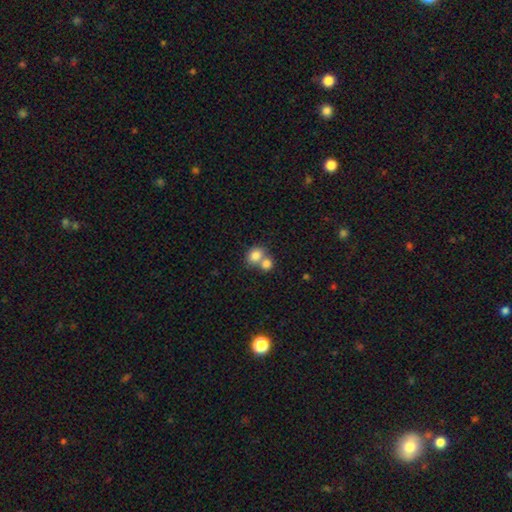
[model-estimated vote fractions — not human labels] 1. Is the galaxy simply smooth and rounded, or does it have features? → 81% smooth, 10% featured or disk, 9% star or artifact.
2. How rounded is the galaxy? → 53% round, 46% in between, 1% cigar-shaped.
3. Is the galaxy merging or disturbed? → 56% merger, 34% none, 7% minor disturbance, 3% major disturbance.